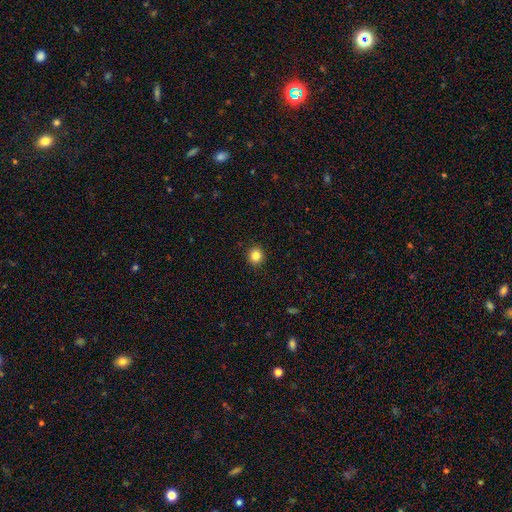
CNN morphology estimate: smooth_or_featured: smooth (p=0.84) [alt: star or artifact p=0.11]
how_rounded: round (p=0.89) [alt: in between p=0.10]
merging: none (p=0.92) [alt: minor disturbance p=0.05]